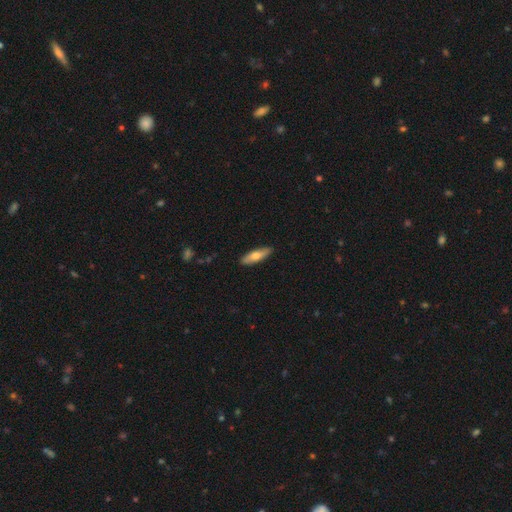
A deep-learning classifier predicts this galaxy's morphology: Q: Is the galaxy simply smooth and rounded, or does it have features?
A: smooth — 67%.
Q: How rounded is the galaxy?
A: cigar-shaped — 56%.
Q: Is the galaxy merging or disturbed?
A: none — 89%.